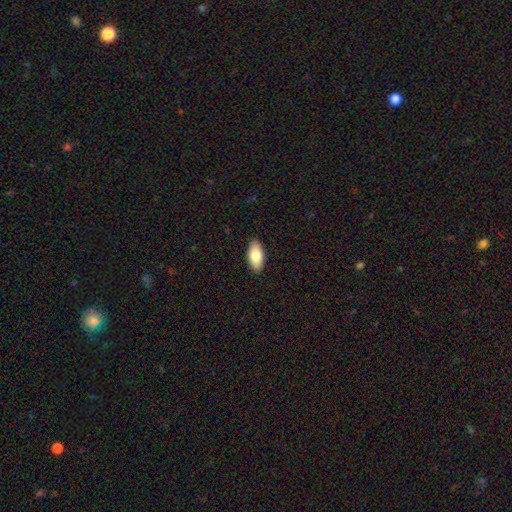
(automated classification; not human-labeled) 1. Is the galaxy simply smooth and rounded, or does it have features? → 81% smooth, 13% featured or disk, 6% star or artifact.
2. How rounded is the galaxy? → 92% in between, 6% cigar-shaped, 2% round.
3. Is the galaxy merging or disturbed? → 90% none, 7% minor disturbance, 2% major disturbance, 1% merger.